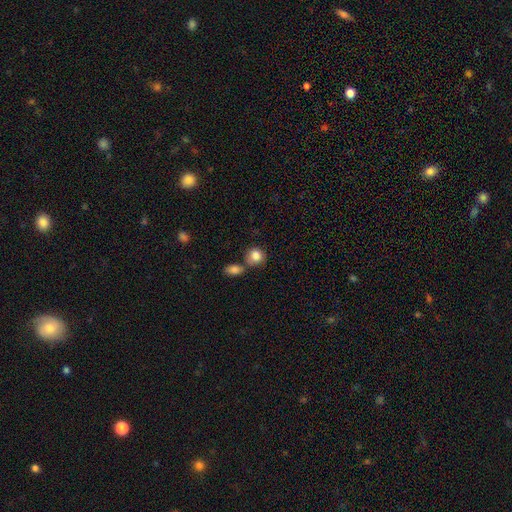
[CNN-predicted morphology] Smooth or featured: smooth — 85% (star or artifact — 8%)
How rounded: round — 78% (in between — 21%)
Merging: none — 53% (merger — 30%)